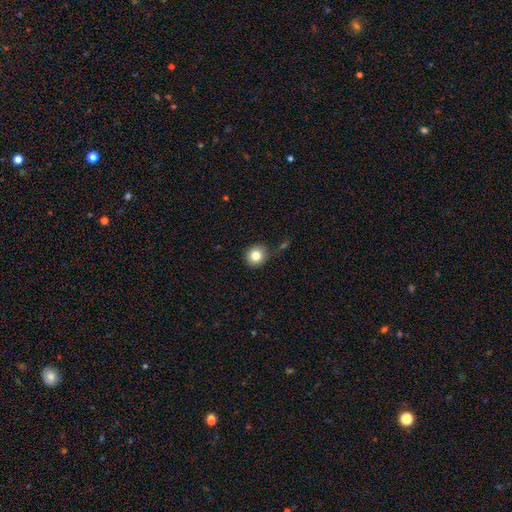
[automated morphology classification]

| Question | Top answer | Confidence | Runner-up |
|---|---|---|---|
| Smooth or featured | smooth | 82% | star or artifact (11%) |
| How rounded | round | 90% | in between (9%) |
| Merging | none | 82% | minor disturbance (12%) |